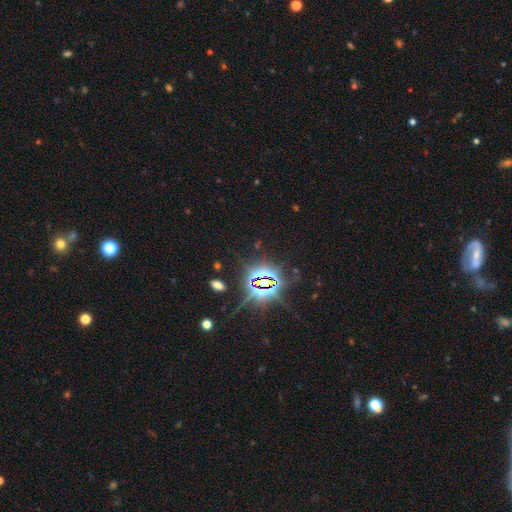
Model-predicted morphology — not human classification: type=star or artifact (81%).